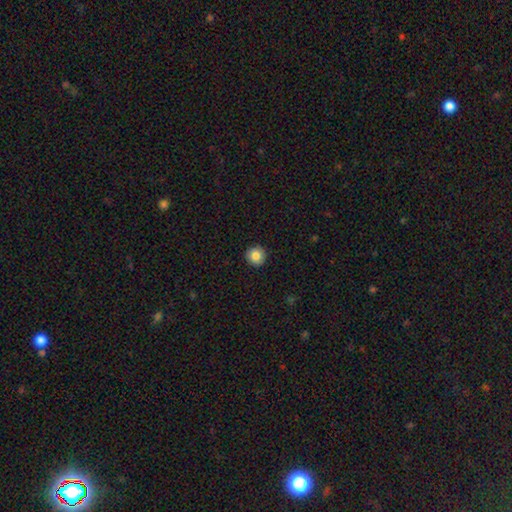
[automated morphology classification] A smooth galaxy with no disk features (85%) that is round (95%).

Vote fractions:
- Smooth or featured? smooth: 85% / star or artifact: 9% / featured or disk: 6%
- How rounded? round: 95% / in between: 4% / cigar-shaped: 1%
- Merging? none: 92% / minor disturbance: 5% / major disturbance: 2% / merger: 1%